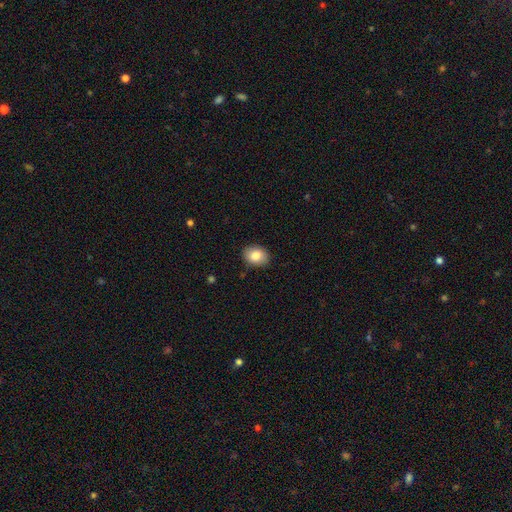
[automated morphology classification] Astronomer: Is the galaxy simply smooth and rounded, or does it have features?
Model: smooth — 83%.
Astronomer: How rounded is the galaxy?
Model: in between — 61% (runner-up: round, 38%).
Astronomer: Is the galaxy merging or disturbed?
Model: none — 88%.